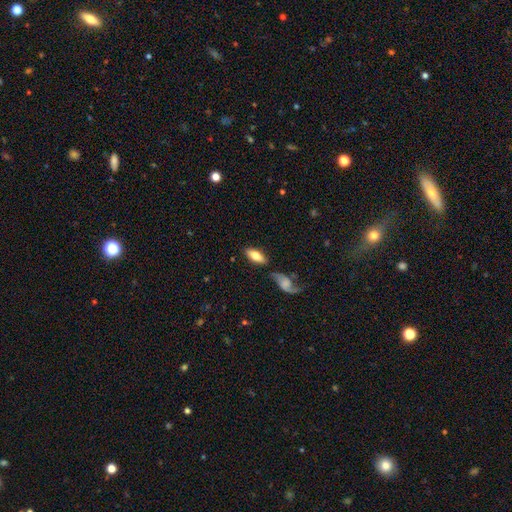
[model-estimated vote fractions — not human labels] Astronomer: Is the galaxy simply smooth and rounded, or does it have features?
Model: smooth — 66%.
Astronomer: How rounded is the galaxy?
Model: in between — 82%.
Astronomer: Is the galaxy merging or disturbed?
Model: none — 71%.